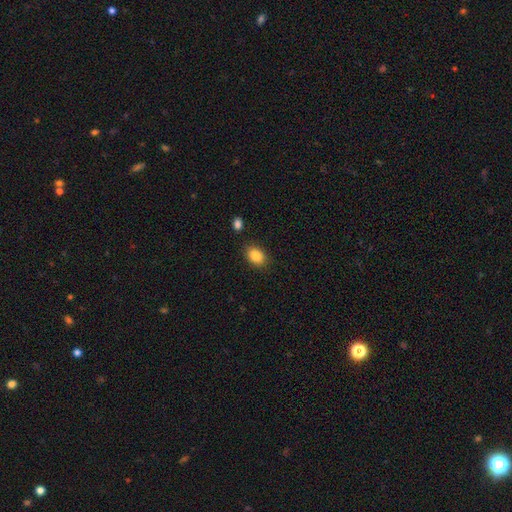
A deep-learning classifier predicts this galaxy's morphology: This is clearly a smooth galaxy (86%). How rounded: likely in between (77%). Merging: clearly none (85%).